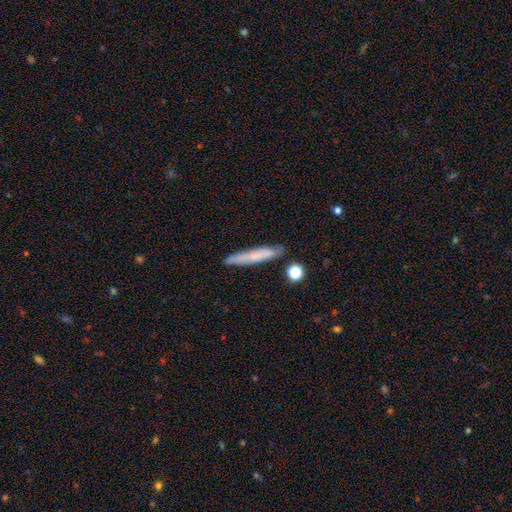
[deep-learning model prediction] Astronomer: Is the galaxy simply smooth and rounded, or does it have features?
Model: smooth — 62%.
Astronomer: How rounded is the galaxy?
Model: cigar-shaped — 93%.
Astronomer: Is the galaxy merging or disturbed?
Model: none — 83%.